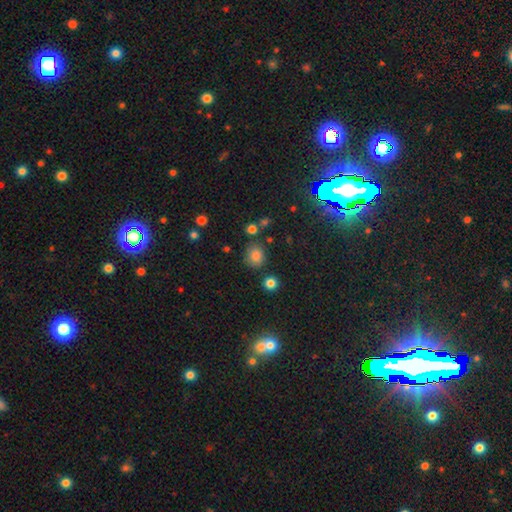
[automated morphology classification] A smooth galaxy with no disk features (81%) that is round (71%). Merging: none (79%).